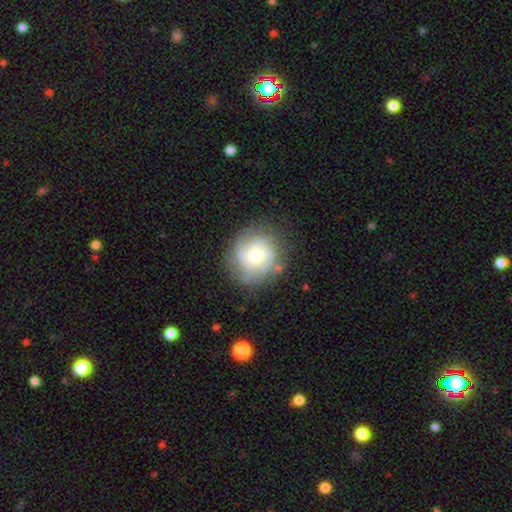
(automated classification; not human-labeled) Smooth or featured? Predicted: featured or disk (p=0.55). Edge-on disk? Predicted: no (p=0.97). Bar? Predicted: no (p=0.75). Spiral arms? Predicted: yes (p=0.81). Bulge size? Predicted: moderate (p=0.65). Merging? Predicted: none (p=0.75).